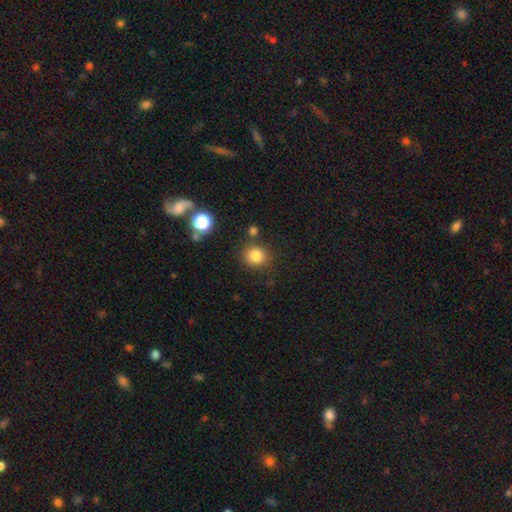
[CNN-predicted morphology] Overall: smooth (82%). How rounded: round (81%). Merging: none (80%).